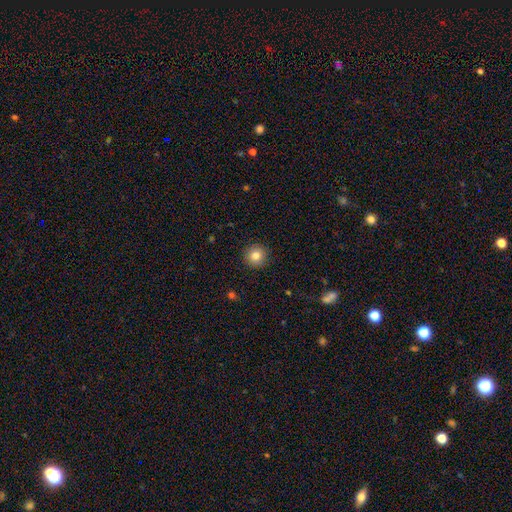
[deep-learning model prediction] Smooth or featured?
  - smooth: 82% *
  - star or artifact: 10%
  - featured or disk: 8%
How rounded?
  - round: 94% *
  - in between: 5%
  - cigar-shaped: 1%
Merging?
  - none: 92% *
  - minor disturbance: 5%
  - major disturbance: 2%
  - merger: 1%